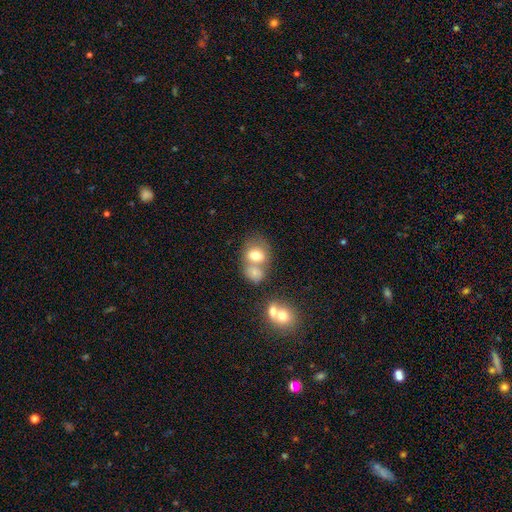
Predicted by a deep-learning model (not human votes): smooth 73%, featured or disk 17%, star or artifact 10%. Down the decision tree: how rounded — round (56%); merging — merger (49%).